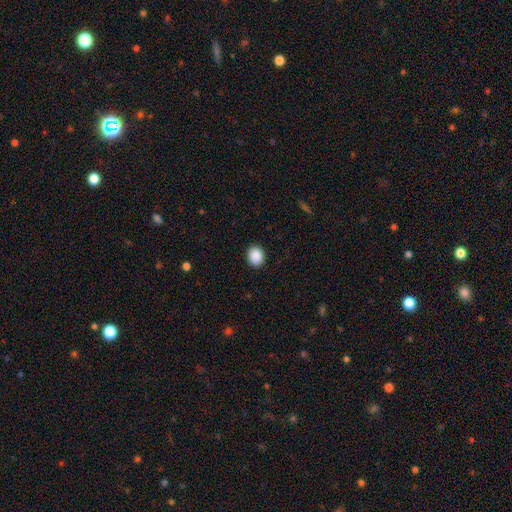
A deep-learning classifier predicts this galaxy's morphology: The model was most divided on "how rounded": round: 55%, in between: 44%, cigar-shaped: 1%. More confident: merging — none (90%); smooth or featured — smooth (90%).